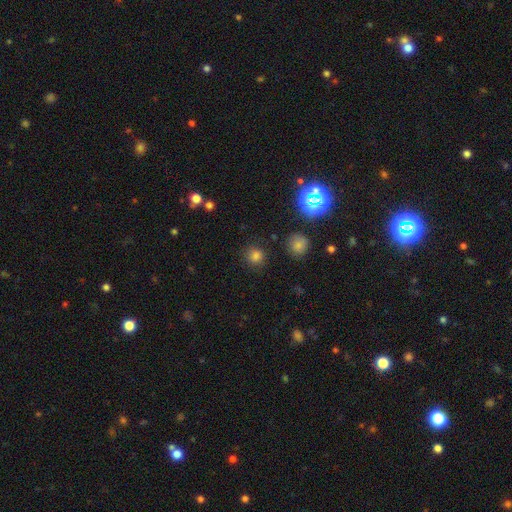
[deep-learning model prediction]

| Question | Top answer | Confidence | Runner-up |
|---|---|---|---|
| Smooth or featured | smooth | 76% | star or artifact (19%) |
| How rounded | round | 89% | in between (9%) |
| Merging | none | 86% | minor disturbance (9%) |